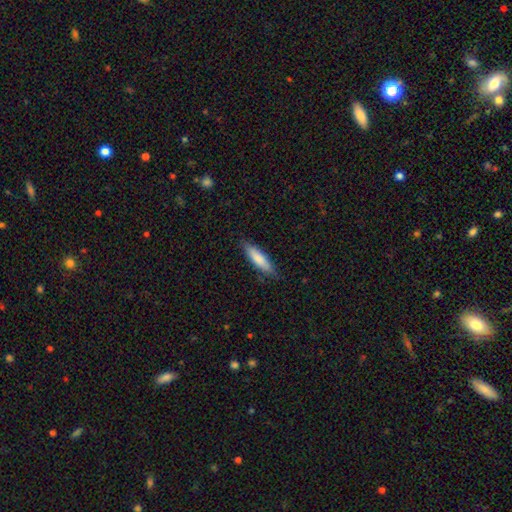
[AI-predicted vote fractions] Smooth or featured: smooth — 79% (featured or disk — 15%)
How rounded: cigar-shaped — 72% (in between — 26%)
Merging: none — 84% (minor disturbance — 12%)